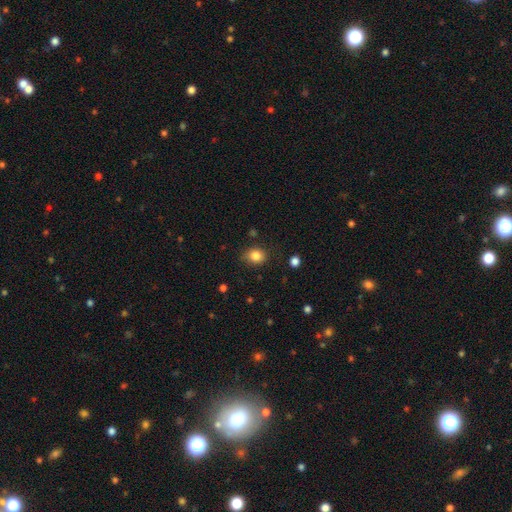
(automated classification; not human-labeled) Smooth or featured: smooth — 84% (star or artifact — 11%)
How rounded: round — 57% (in between — 42%)
Merging: none — 81% (minor disturbance — 14%)